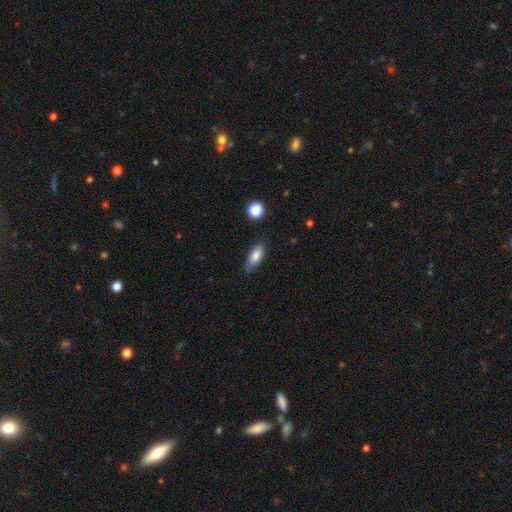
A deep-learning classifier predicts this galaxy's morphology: The model was most divided on "how rounded": in between: 68%, cigar-shaped: 28%, round: 3%. More confident: smooth or featured — smooth (79%); merging — none (76%).